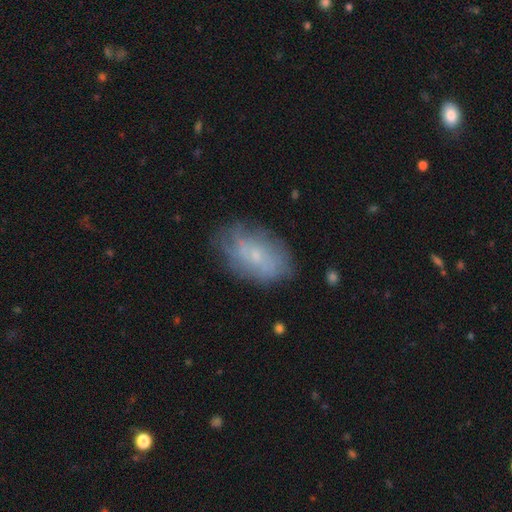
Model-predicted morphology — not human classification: Smooth or featured? smooth (47%)
Merging? none (70%)